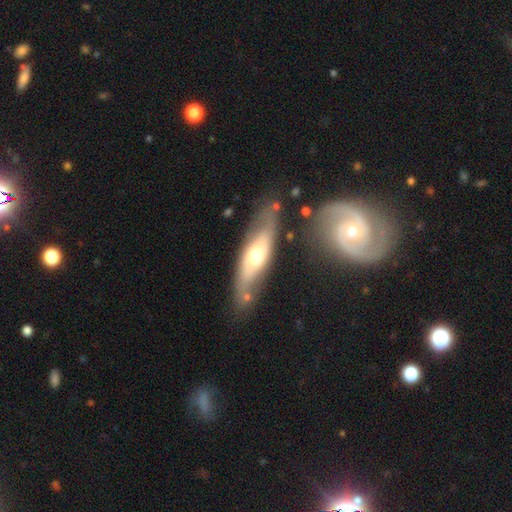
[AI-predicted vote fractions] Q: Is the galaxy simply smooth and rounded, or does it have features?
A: featured or disk — 55%.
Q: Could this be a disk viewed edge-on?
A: no — 60%.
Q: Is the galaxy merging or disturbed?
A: none — 68%.